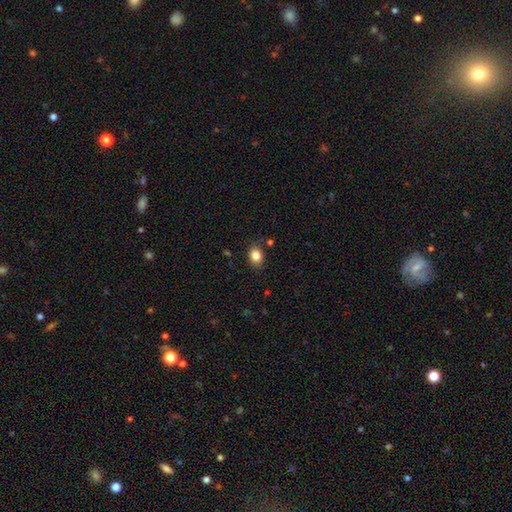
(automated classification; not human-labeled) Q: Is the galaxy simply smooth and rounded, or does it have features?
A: smooth — 85%.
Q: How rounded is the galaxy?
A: in between — 60%.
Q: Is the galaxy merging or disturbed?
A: none — 83%.